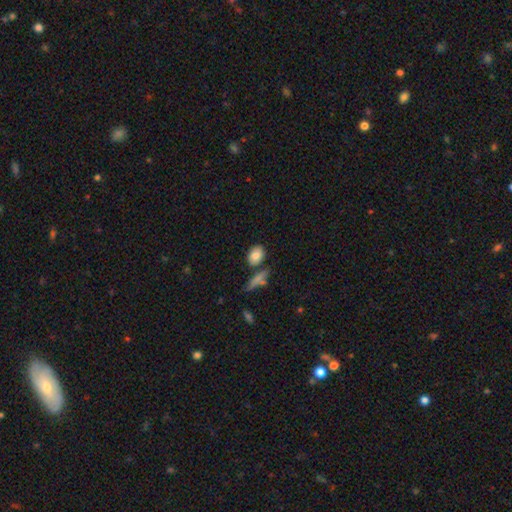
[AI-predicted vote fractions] A smooth galaxy with no disk features (85%) that is in between round and cigar-shaped (73%).

Vote fractions:
- Smooth or featured? smooth: 85% / star or artifact: 8% / featured or disk: 7%
- How rounded? in between: 73% / round: 23% / cigar-shaped: 4%
- Merging? none: 70% / minor disturbance: 14% / merger: 12% / major disturbance: 4%